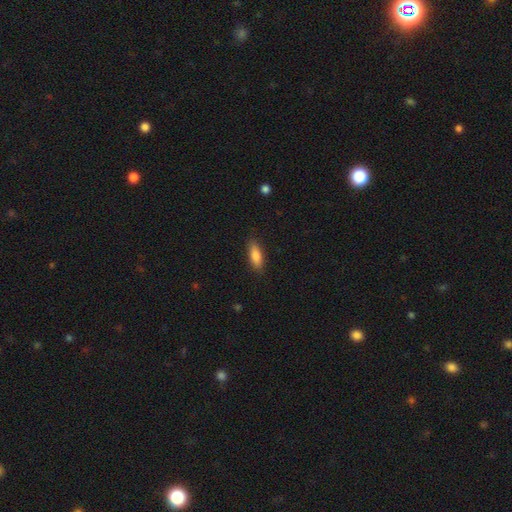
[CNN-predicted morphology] This appears to be a smooth galaxy with no disk features (82%) that is in between round and cigar-shaped (59%). Merging: none (86%).